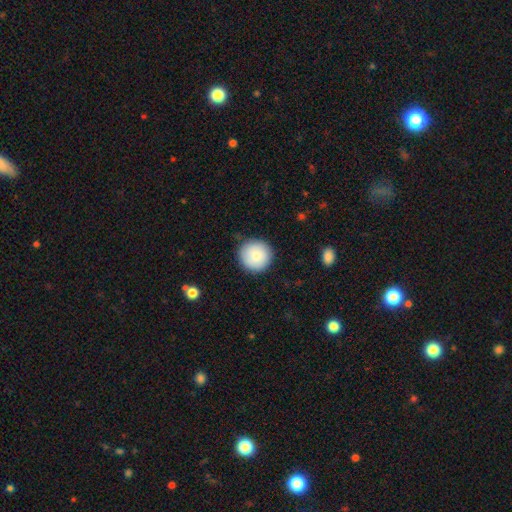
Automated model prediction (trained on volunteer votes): The model was most divided on "smooth or featured": smooth: 84%, featured or disk: 10%, star or artifact: 7%. More confident: how rounded — round (95%); merging — none (88%).